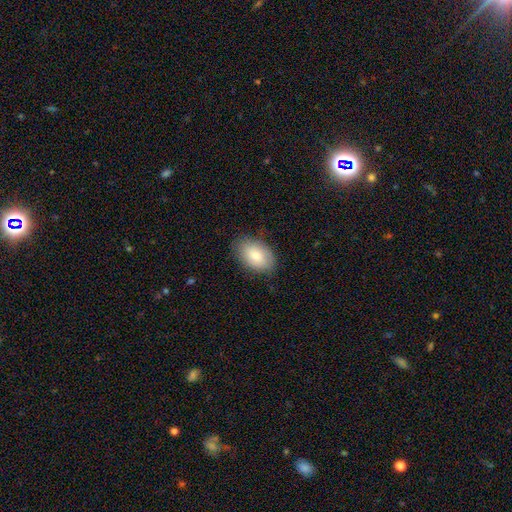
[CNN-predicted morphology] A smooth galaxy with no disk features (80%) that is in between round and cigar-shaped (91%).

Vote fractions:
- Smooth or featured? smooth: 80% / featured or disk: 13% / star or artifact: 7%
- How rounded? in between: 91% / round: 8% / cigar-shaped: 1%
- Merging? none: 82% / minor disturbance: 14% / major disturbance: 3% / merger: 1%